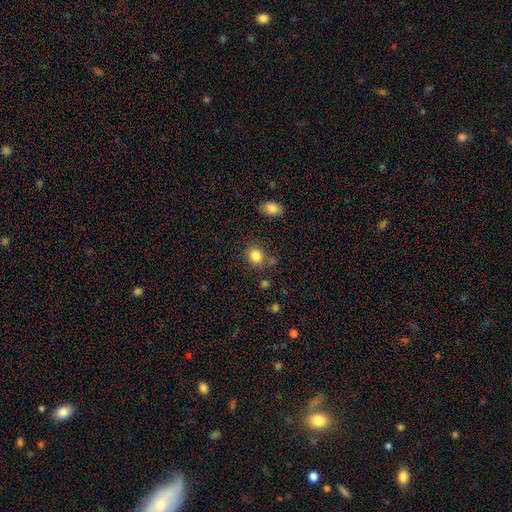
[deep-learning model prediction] Smooth or featured? smooth (84%)
How rounded? round (65%)
Merging? none (73%)